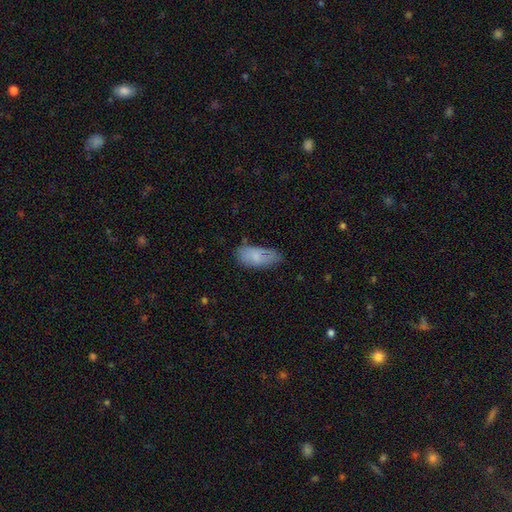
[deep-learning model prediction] Q: Smooth or featured?
A: smooth (75%); runner-up: featured or disk (18%)
Q: How rounded?
A: in between (89%); runner-up: cigar-shaped (9%)
Q: Merging?
A: none (54%); runner-up: minor disturbance (32%)